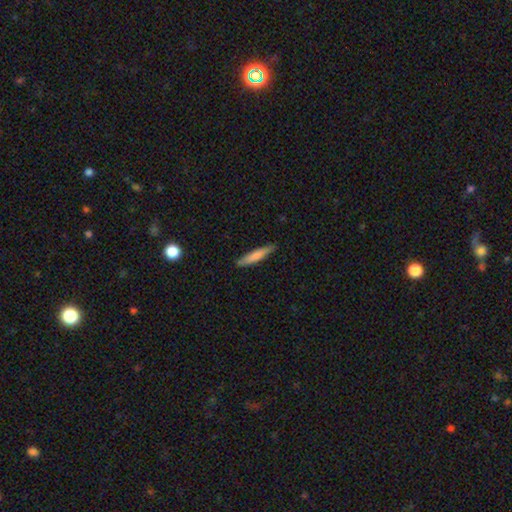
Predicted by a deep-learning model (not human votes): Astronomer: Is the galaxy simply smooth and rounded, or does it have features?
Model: smooth — 76%.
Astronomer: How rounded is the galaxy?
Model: cigar-shaped — 90%.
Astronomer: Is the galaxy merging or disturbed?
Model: none — 87%.